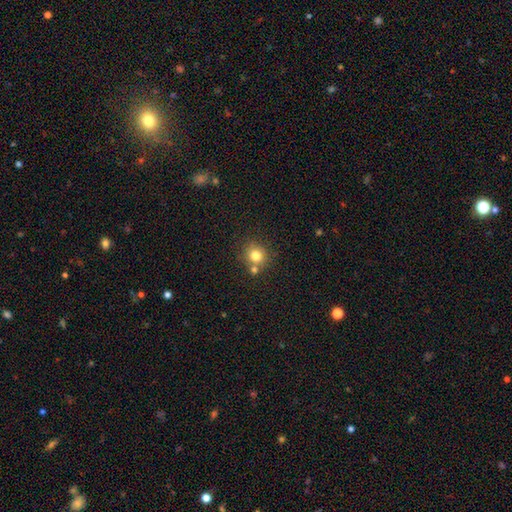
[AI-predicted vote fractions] A smooth galaxy with no disk features (79%) that is round (88%).

Vote fractions:
- Smooth or featured? smooth: 79% / star or artifact: 12% / featured or disk: 9%
- How rounded? round: 88% / in between: 11% / cigar-shaped: 1%
- Merging? none: 66% / merger: 22% / minor disturbance: 9% / major disturbance: 3%